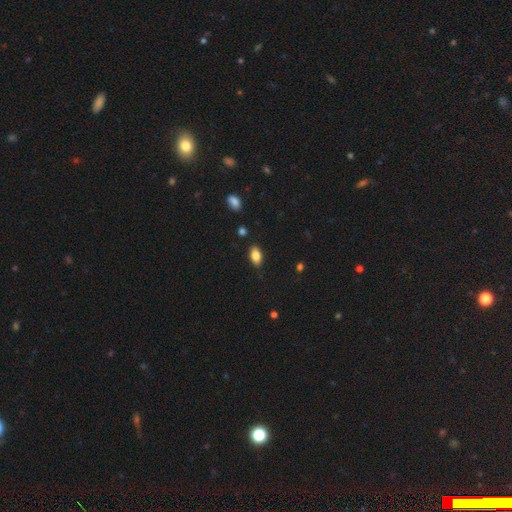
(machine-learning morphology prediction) Smooth or featured: smooth — 83% (featured or disk — 9%)
How rounded: in between — 91% (round — 6%)
Merging: none — 83% (minor disturbance — 13%)